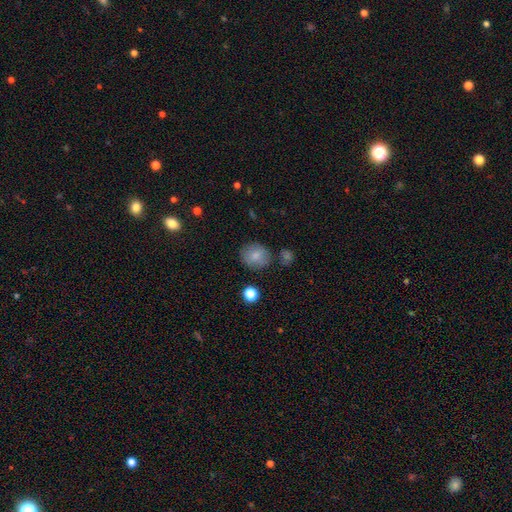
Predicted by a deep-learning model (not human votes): smooth-or-featured: smooth: 82% | featured or disk: 9% | star or artifact: 9%
  how-rounded: round: 79% | in between: 20% | cigar-shaped: 1%
  merging: none: 79% | minor disturbance: 12% | merger: 5% | major disturbance: 4%